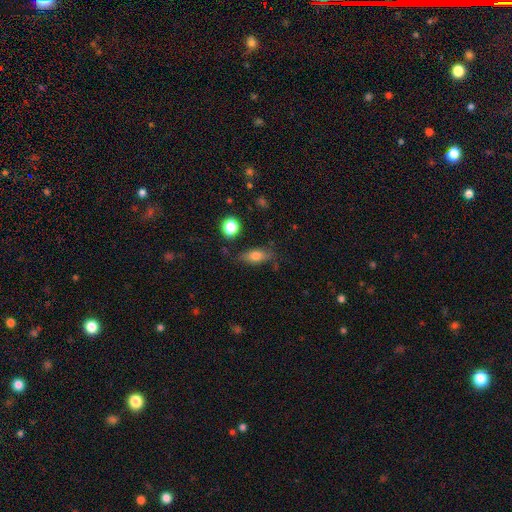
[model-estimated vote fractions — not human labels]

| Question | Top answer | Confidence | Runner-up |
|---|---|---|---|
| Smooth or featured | smooth | 71% | featured or disk (20%) |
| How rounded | in between | 74% | cigar-shaped (18%) |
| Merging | none | 73% | minor disturbance (19%) |